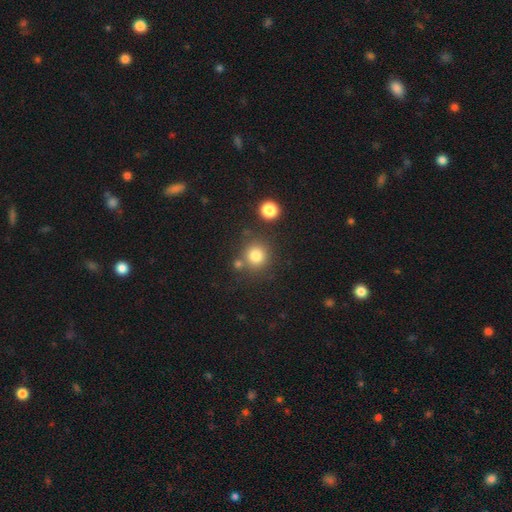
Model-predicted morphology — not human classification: The model was most divided on "merging": none: 75%, merger: 12%, minor disturbance: 9%, major disturbance: 4%. More confident: how rounded — round (91%); smooth or featured — smooth (80%).